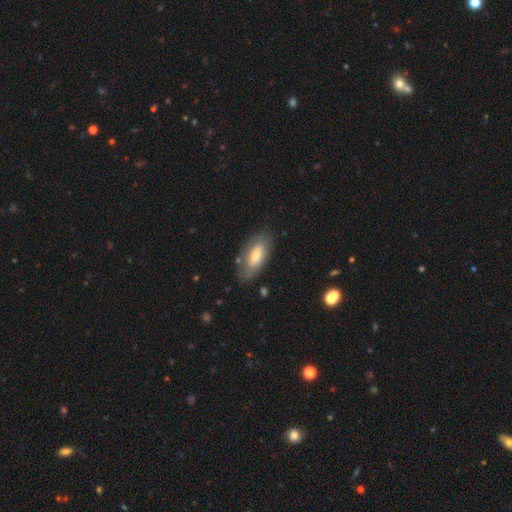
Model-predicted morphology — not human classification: Smooth or featured? Predicted: smooth (p=0.59). How rounded? Predicted: in between (p=0.88). Merging? Predicted: none (p=0.75).